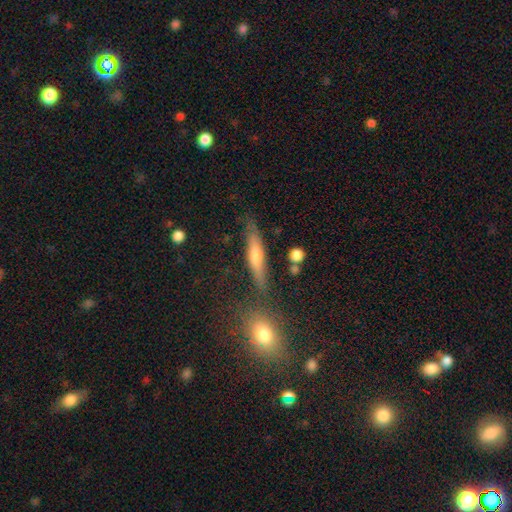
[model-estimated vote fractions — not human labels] Overall: featured or disk (53%; smooth 34%). Edge-on disk: yes (89%). Merging: none (77%).